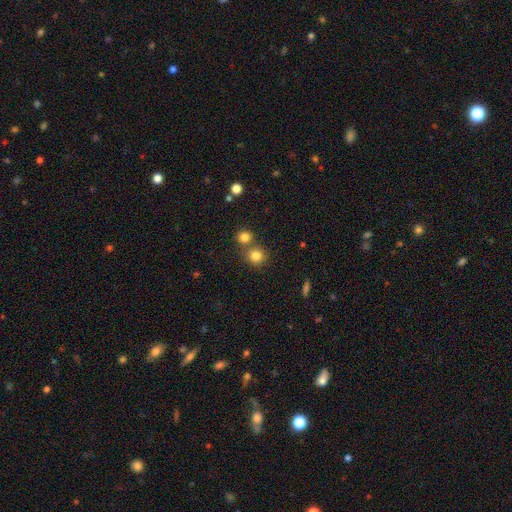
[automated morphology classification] Smooth or featured: smooth — 81% (star or artifact — 12%)
How rounded: round — 89% (in between — 10%)
Merging: none — 64% (merger — 27%)